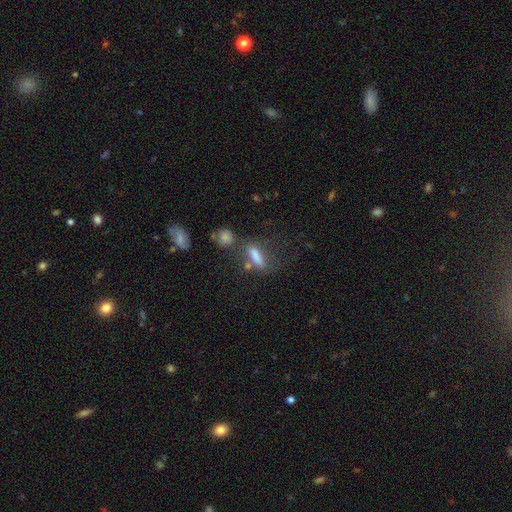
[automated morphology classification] Overall: smooth (68%). How rounded: cigar-shaped (55%; in between 40%). Merging: none (49%; minor disturbance 20%).